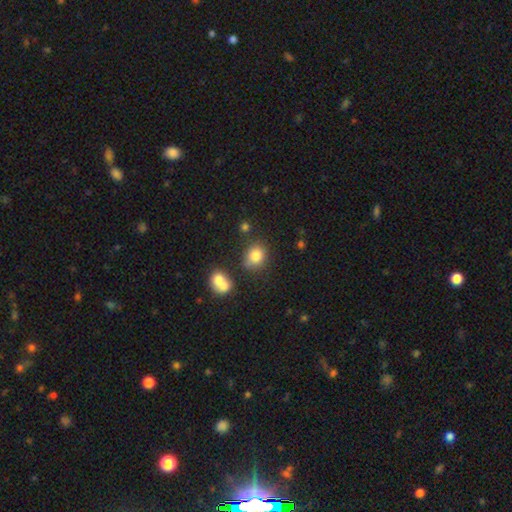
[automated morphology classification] type=smooth (81%); roundness=round (68%); merging=none (69%).